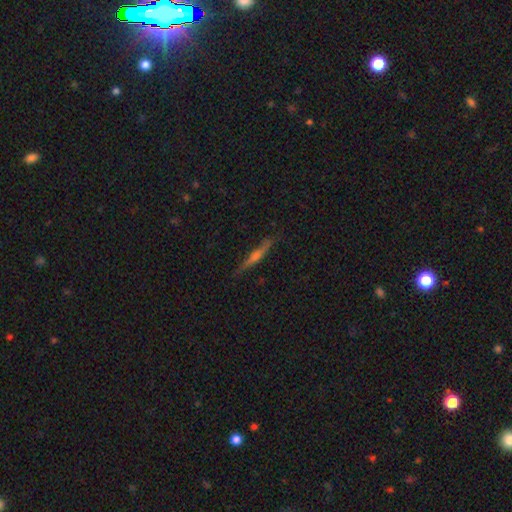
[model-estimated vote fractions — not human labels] Smooth or featured?
  - featured or disk: 63% *
  - smooth: 29%
  - star or artifact: 8%
Edge-on disk?
  - yes: 97% *
  - no: 3%
Edge-on bulge?
  - rounded: 69% *
  - none: 20%
  - boxy: 11%
Merging?
  - none: 85% *
  - minor disturbance: 11%
  - major disturbance: 2%
  - merger: 1%